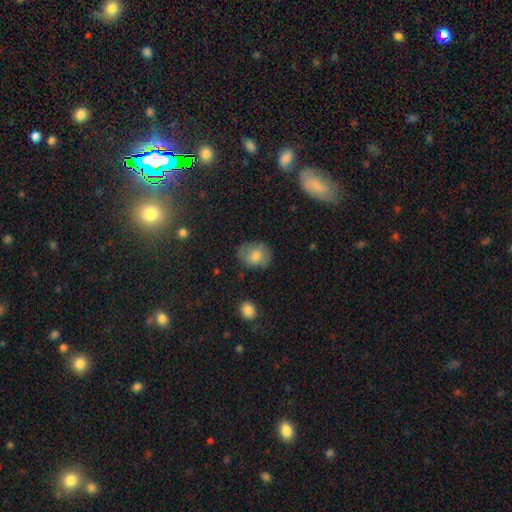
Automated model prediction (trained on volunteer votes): Overall: smooth (72%). How rounded: in between (60%; round 38%). Merging: none (67%).